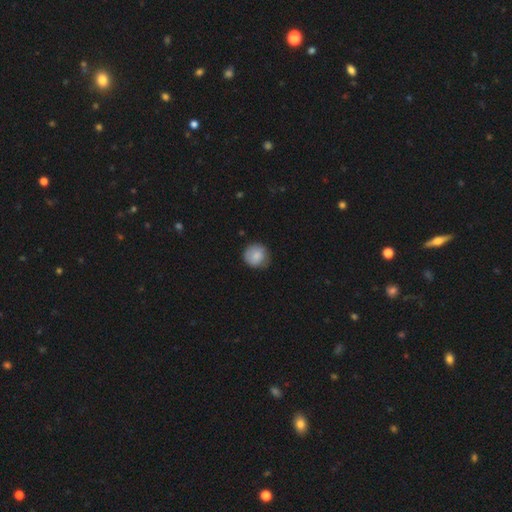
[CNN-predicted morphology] A smooth galaxy with no disk features (82%) that is round (90%).

Vote fractions:
- Smooth or featured? smooth: 82% / featured or disk: 10% / star or artifact: 7%
- How rounded? round: 90% / in between: 9% / cigar-shaped: 1%
- Merging? none: 76% / minor disturbance: 19% / major disturbance: 4% / merger: 1%